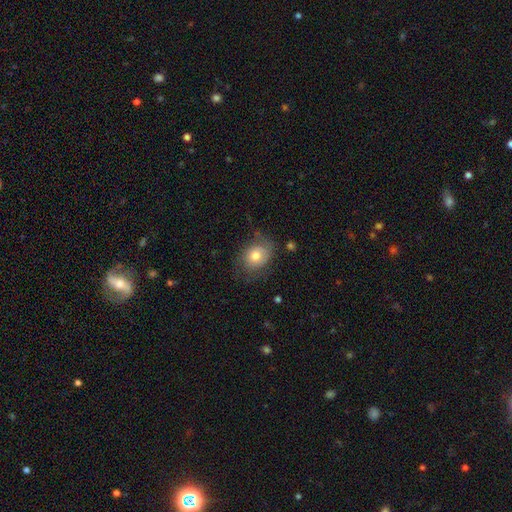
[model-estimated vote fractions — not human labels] This is likely a smooth galaxy (65%). How rounded: possibly in between (57%). Merging: possibly none (59%).